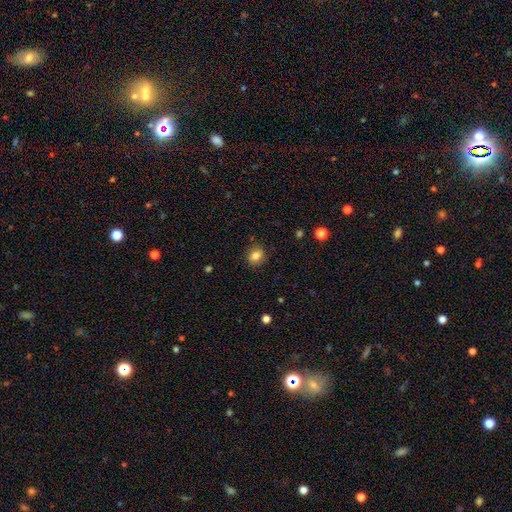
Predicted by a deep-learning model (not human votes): Overall: smooth (83%). How rounded: round (62%; in between 37%). Merging: none (86%).